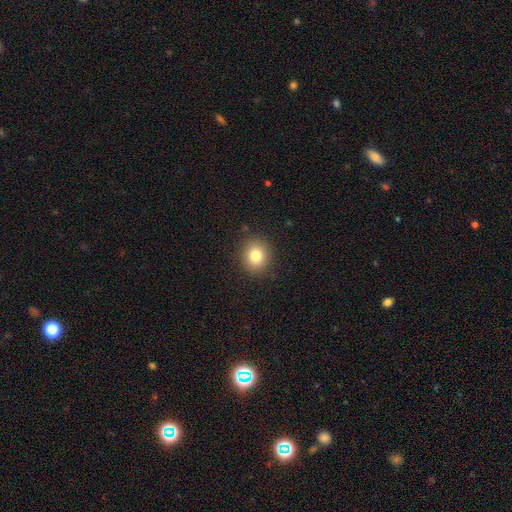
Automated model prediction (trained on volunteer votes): Smooth or featured? Predicted: smooth (p=0.81). How rounded? Predicted: round (p=0.80). Merging? Predicted: none (p=0.89).